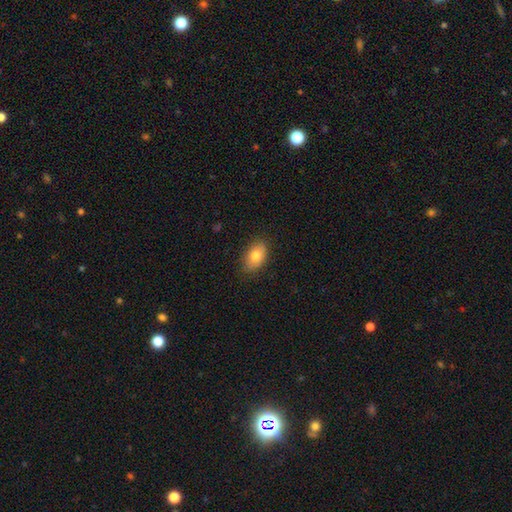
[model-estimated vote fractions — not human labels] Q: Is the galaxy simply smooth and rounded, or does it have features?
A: smooth — 80%.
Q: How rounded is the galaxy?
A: in between — 89%.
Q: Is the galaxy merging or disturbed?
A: none — 85%.